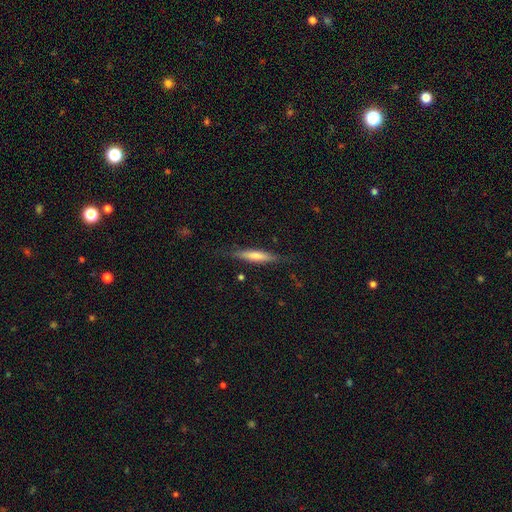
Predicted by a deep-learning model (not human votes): Smooth or featured: smooth — 60% (featured or disk — 34%)
How rounded: cigar-shaped — 87% (in between — 12%)
Merging: none — 80% (minor disturbance — 15%)